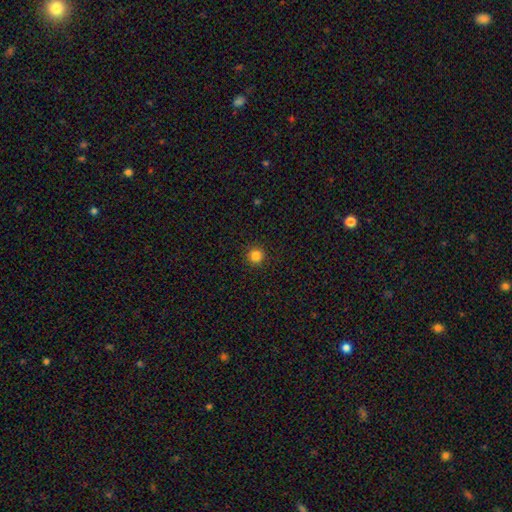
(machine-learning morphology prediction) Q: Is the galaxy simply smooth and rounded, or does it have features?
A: smooth — 84%.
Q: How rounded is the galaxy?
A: round — 96%.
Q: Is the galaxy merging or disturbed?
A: none — 93%.